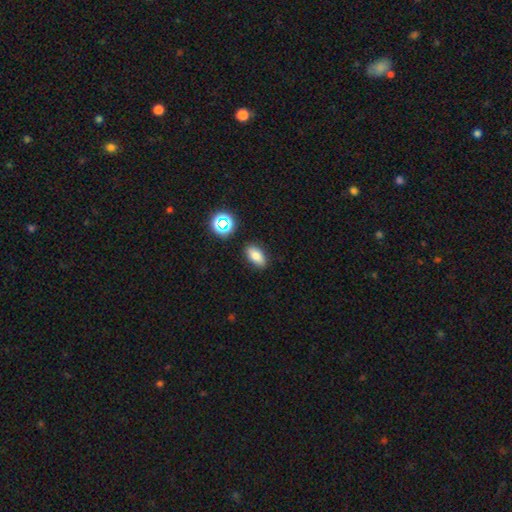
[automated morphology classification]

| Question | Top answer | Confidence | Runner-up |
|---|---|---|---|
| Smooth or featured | smooth | 76% | star or artifact (13%) |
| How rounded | in between | 87% | round (8%) |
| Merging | none | 86% | minor disturbance (9%) |